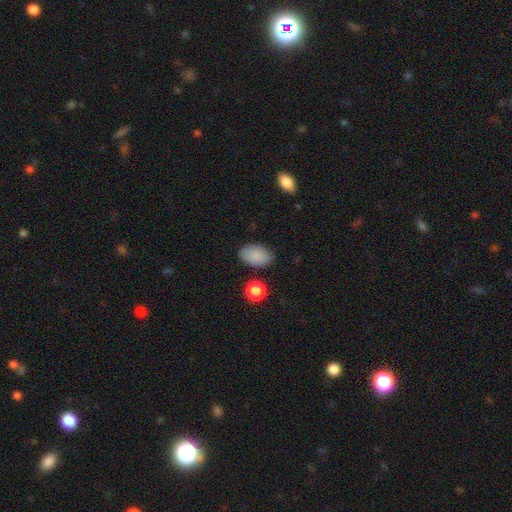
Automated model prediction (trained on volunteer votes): Smooth or featured: smooth — 87% (star or artifact — 8%)
How rounded: in between — 89% (round — 9%)
Merging: none — 83% (minor disturbance — 12%)